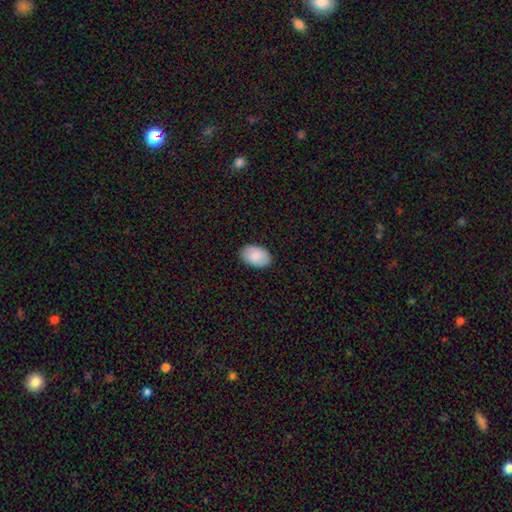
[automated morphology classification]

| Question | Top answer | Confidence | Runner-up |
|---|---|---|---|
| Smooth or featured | smooth | 85% | featured or disk (9%) |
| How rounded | in between | 89% | round (10%) |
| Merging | none | 87% | minor disturbance (10%) |